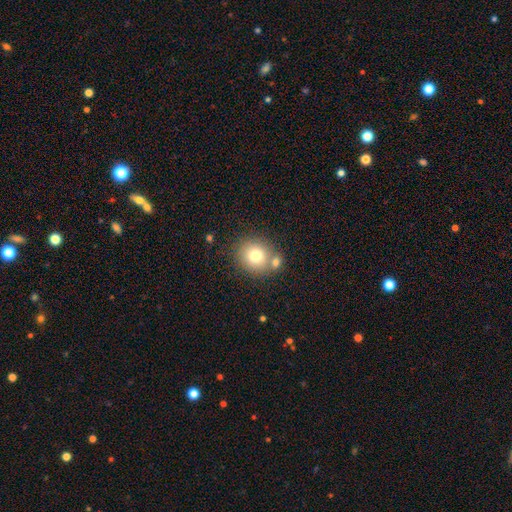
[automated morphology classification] smooth 76%, featured or disk 14%, star or artifact 11%. Down the decision tree: how rounded — round (82%); merging — none (63%).